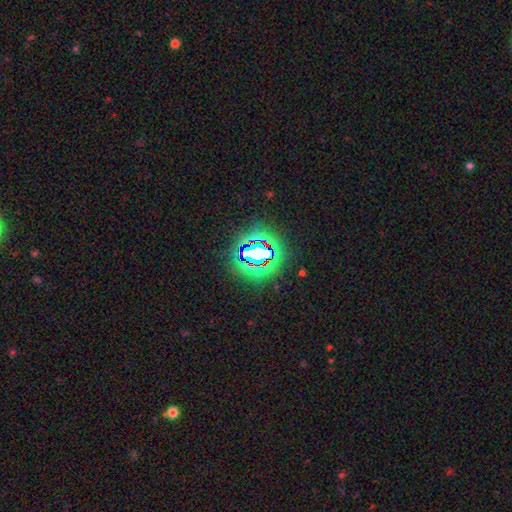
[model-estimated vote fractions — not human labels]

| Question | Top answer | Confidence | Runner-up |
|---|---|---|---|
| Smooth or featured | star or artifact | 69% | smooth (19%) |